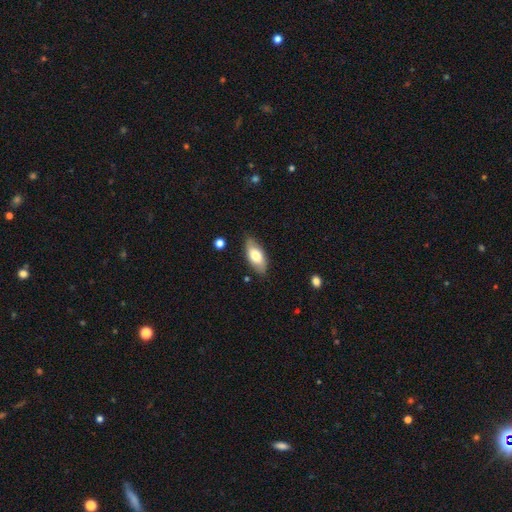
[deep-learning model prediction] A smooth galaxy with no disk features (72%) that is in between round and cigar-shaped (88%). Merging: none (81%).